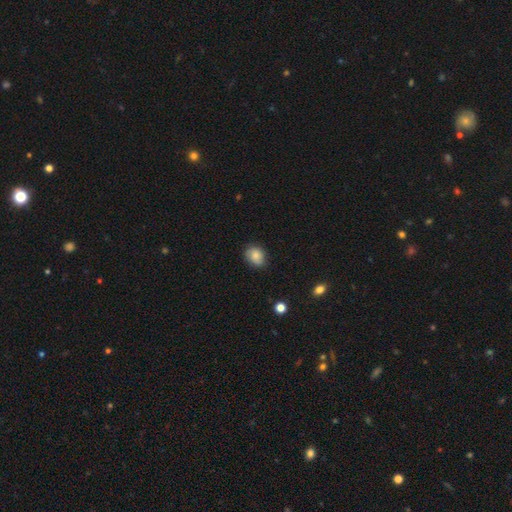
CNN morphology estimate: Q: Smooth or featured?
A: smooth (79%); runner-up: featured or disk (13%)
Q: How rounded?
A: round (54%); runner-up: in between (46%)
Q: Merging?
A: none (74%); runner-up: minor disturbance (21%)